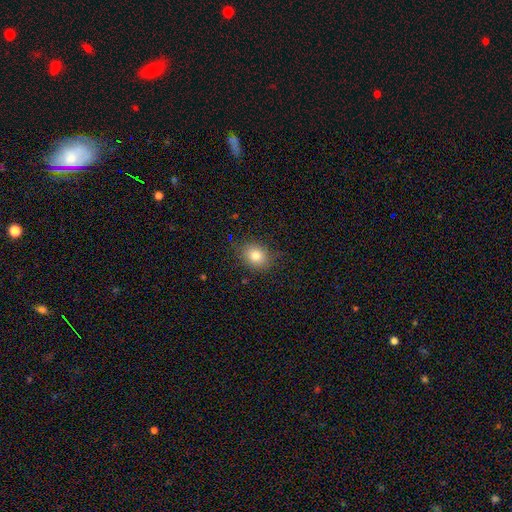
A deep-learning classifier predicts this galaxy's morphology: smooth-or-featured: smooth: 80% | star or artifact: 11% | featured or disk: 9%
  how-rounded: round: 52% | in between: 47% | cigar-shaped: 1%
  merging: none: 83% | minor disturbance: 12% | major disturbance: 3% | merger: 1%